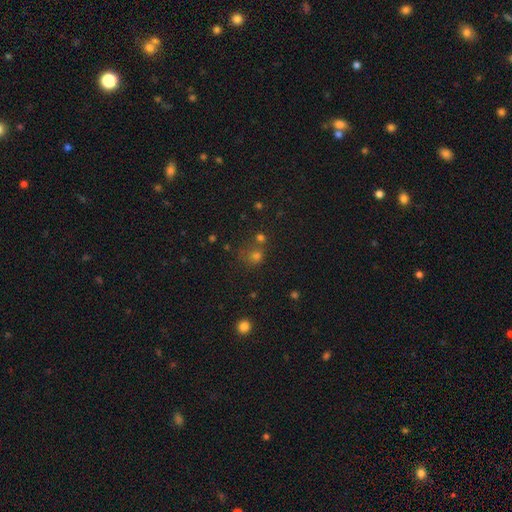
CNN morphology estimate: A smooth galaxy with no disk features (60%) that is round (84%). Merging: none (54%).